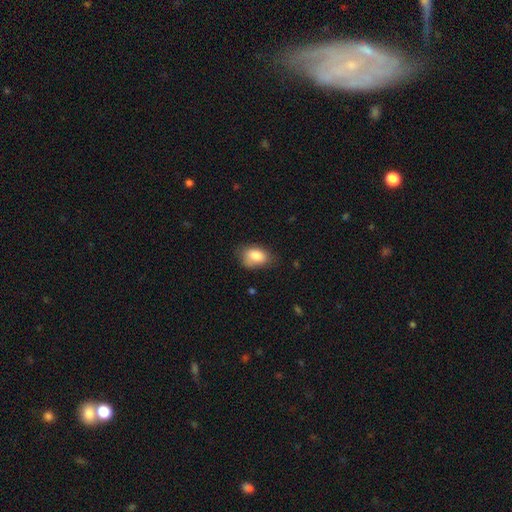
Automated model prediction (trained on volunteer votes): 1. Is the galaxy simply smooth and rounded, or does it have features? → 84% smooth, 8% featured or disk, 8% star or artifact.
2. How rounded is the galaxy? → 86% in between, 12% round, 2% cigar-shaped.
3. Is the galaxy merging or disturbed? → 59% none, 31% minor disturbance, 8% major disturbance, 2% merger.